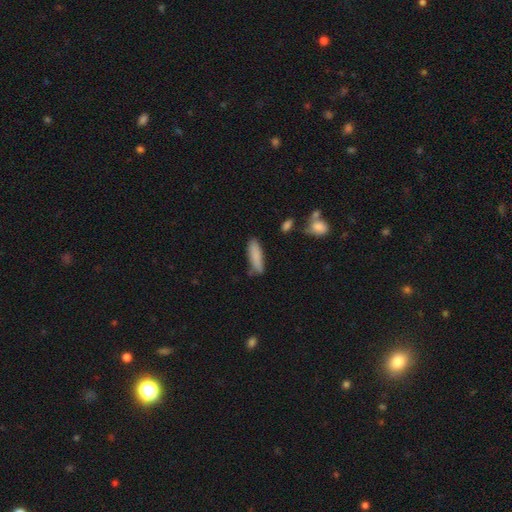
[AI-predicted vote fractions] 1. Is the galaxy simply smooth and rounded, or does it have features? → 85% smooth, 8% featured or disk, 6% star or artifact.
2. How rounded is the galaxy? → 62% cigar-shaped, 37% in between, 2% round.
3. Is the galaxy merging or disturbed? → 73% none, 19% minor disturbance, 4% merger, 4% major disturbance.